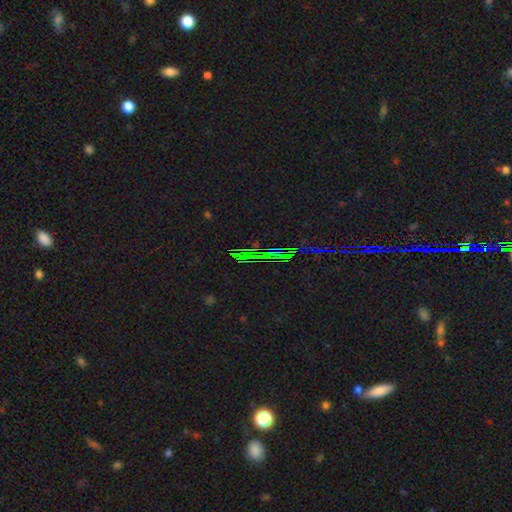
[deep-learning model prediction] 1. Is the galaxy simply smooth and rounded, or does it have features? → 78% star or artifact, 11% smooth, 10% featured or disk.